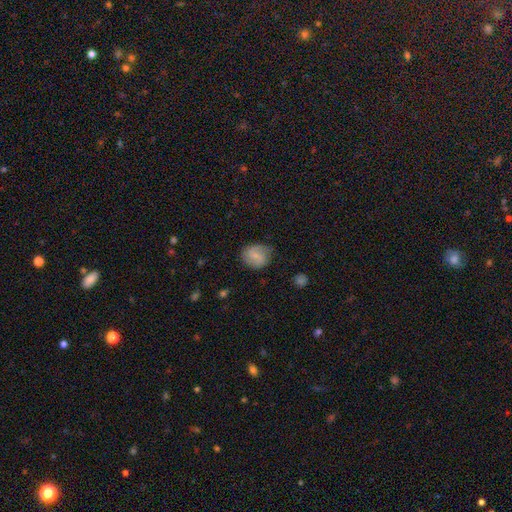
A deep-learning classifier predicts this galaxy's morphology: A featured or disk galaxy (49%). Merging: none (71%).